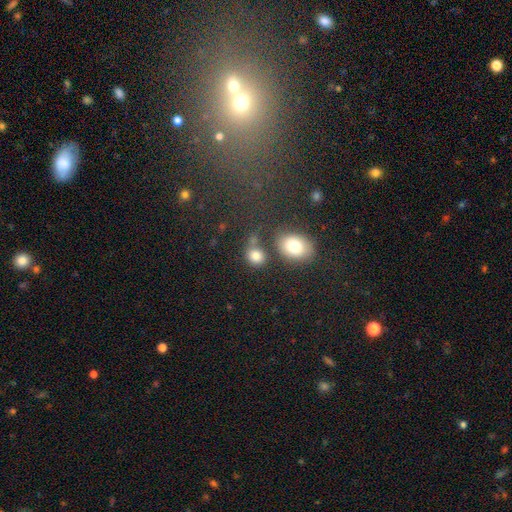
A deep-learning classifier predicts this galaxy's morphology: This is clearly a smooth galaxy (81%). How rounded: likely round (68%). Merging: likely none (62%).